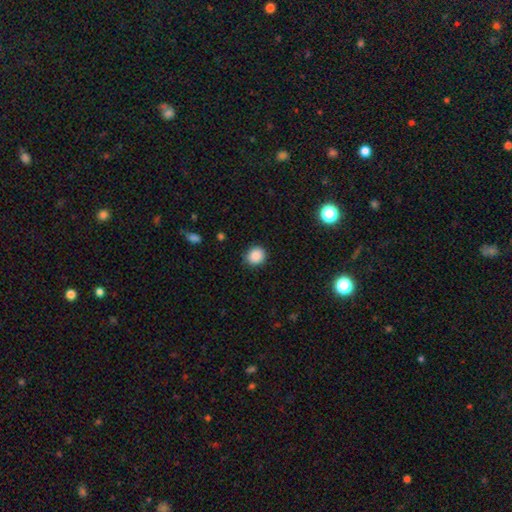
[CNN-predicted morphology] This appears to be a smooth galaxy with no disk features (87%) that is round (78%). Merging: none (86%).